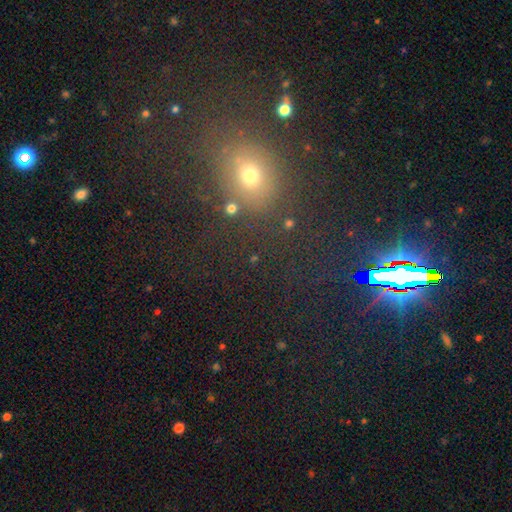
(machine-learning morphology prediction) A star or artifact, not a galaxy (45%).

Vote fractions:
- Smooth or featured? star or artifact: 45% / smooth: 44% / featured or disk: 11%